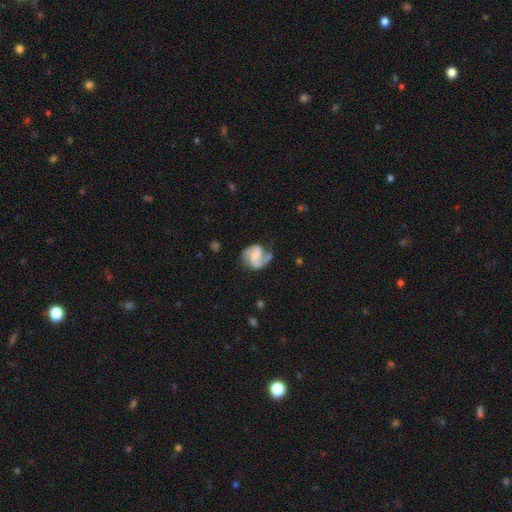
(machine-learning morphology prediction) The model was most divided on "bar": no: 49%, weak: 39%, strong: 12%. Remaining: edge-on disk — no (98%); spiral arms — yes (96%); smooth or featured — featured or disk (83%); spiral arm count — 2 (81%); merging — none (59%); spiral winding — medium (50%); bulge size — none (44%).